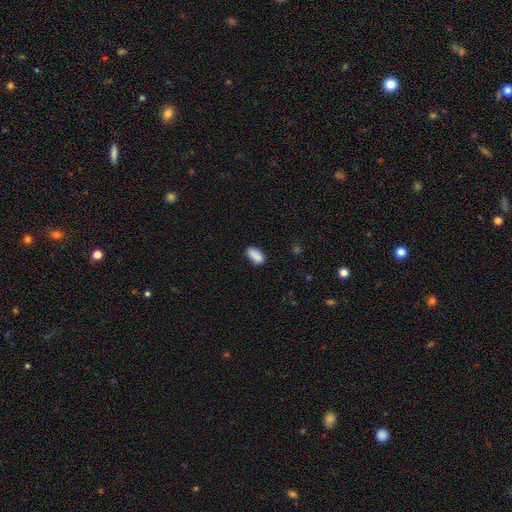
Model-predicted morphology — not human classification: Smooth or featured: smooth — 89% (star or artifact — 8%)
How rounded: in between — 93% (round — 4%)
Merging: none — 83% (minor disturbance — 13%)